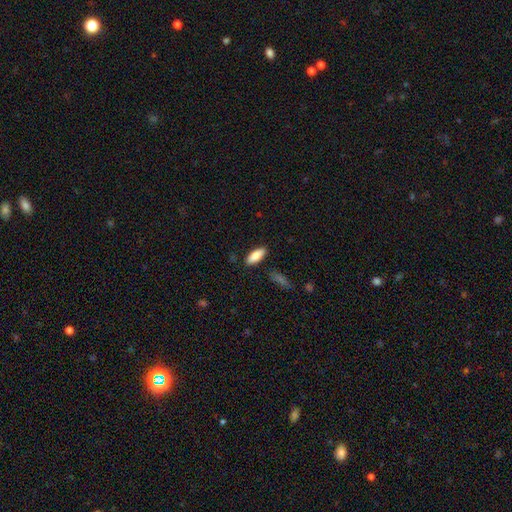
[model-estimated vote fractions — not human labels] This appears to be a smooth galaxy with no disk features (81%) that is in between round and cigar-shaped (76%). Merging: none (86%).